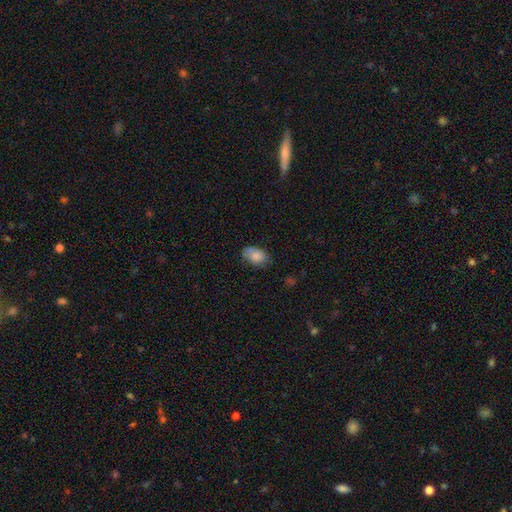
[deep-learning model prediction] A smooth galaxy with no disk features (75%) that is in between round and cigar-shaped (87%).

Vote fractions:
- Smooth or featured? smooth: 75% / featured or disk: 17% / star or artifact: 8%
- How rounded? in between: 87% / round: 12% / cigar-shaped: 1%
- Merging? none: 64% / minor disturbance: 27% / major disturbance: 7% / merger: 2%